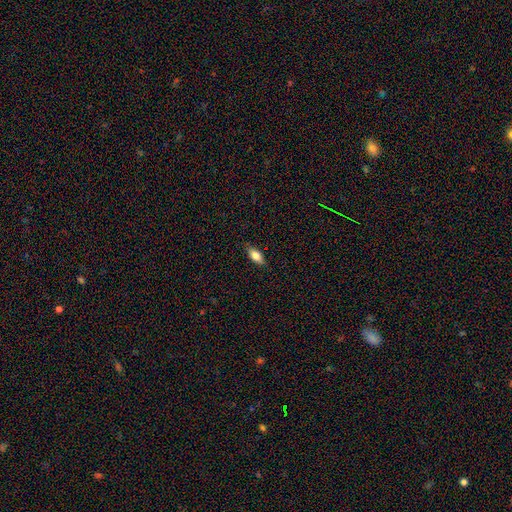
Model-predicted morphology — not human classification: This is likely a smooth galaxy (76%). How rounded: clearly in between (80%). Merging: clearly none (83%).